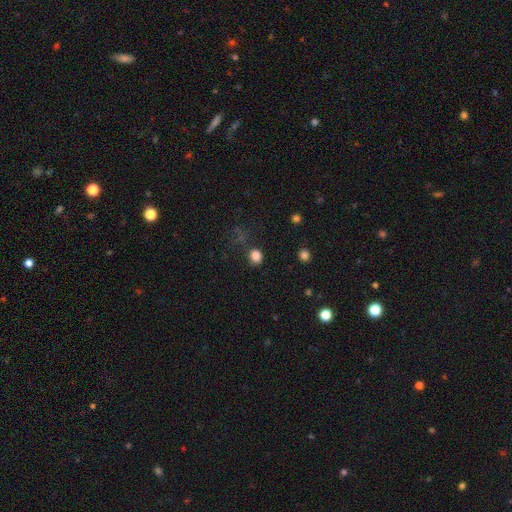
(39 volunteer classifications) This is clearly a smooth galaxy (92%). How rounded: clearly round (83%). Merging: clearly none (89%).